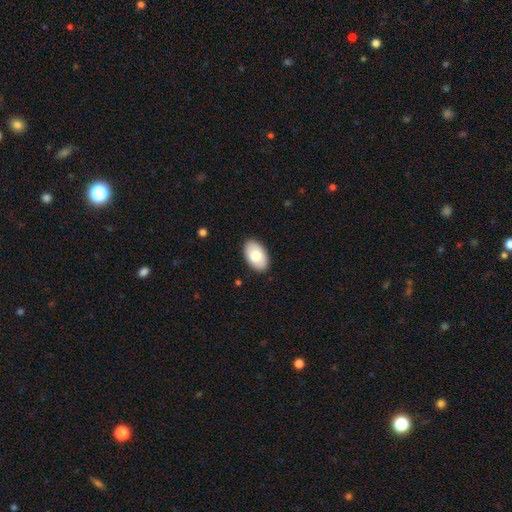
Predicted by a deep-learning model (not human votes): A smooth galaxy with no disk features (75%) that is in between round and cigar-shaped (94%). Merging: none (89%).